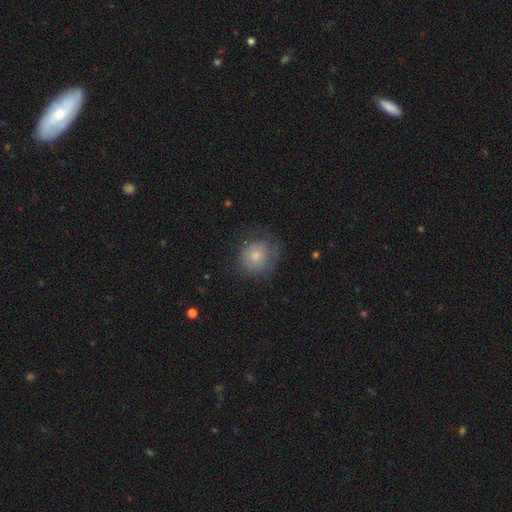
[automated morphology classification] Q: Smooth or featured?
A: smooth (74%); runner-up: featured or disk (17%)
Q: How rounded?
A: round (81%); runner-up: in between (18%)
Q: Merging?
A: none (63%); runner-up: minor disturbance (23%)